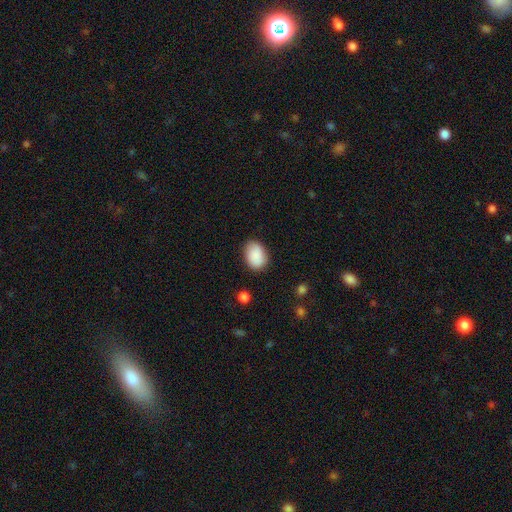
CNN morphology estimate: A smooth galaxy with no disk features (89%) that is in between round and cigar-shaped (76%).

Vote fractions:
- Smooth or featured? smooth: 89% / star or artifact: 7% / featured or disk: 5%
- How rounded? in between: 76% / round: 23% / cigar-shaped: 1%
- Merging? none: 81% / minor disturbance: 14% / major disturbance: 3% / merger: 2%